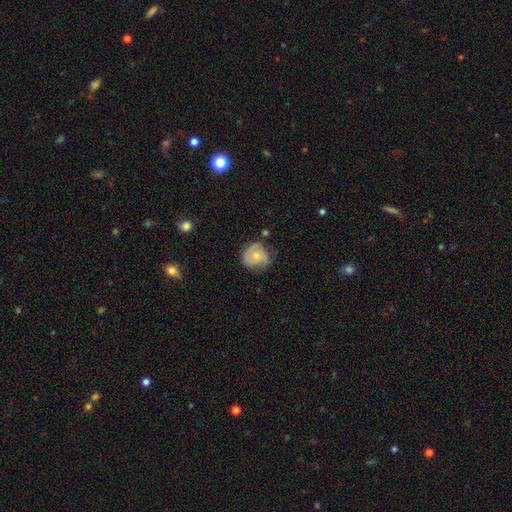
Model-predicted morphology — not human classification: Smooth or featured? featured or disk (53%)
Edge-on disk? no (97%)
Bar? no (79%)
Spiral arms? yes (79%)
Bulge size? small (56%)
Merging? none (51%)